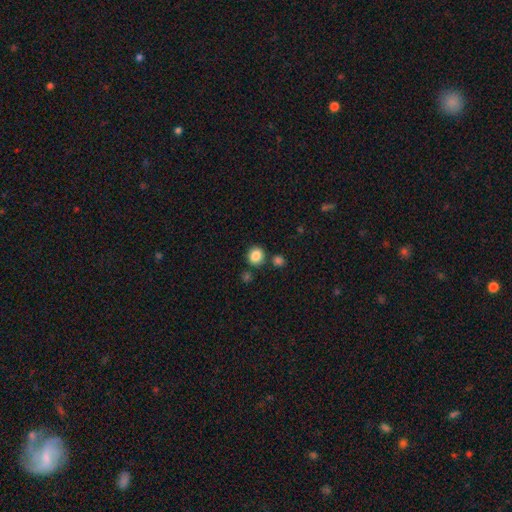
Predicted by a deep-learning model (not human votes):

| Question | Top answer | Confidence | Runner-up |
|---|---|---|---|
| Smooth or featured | smooth | 85% | star or artifact (10%) |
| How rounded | round | 82% | in between (17%) |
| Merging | none | 80% | minor disturbance (9%) |